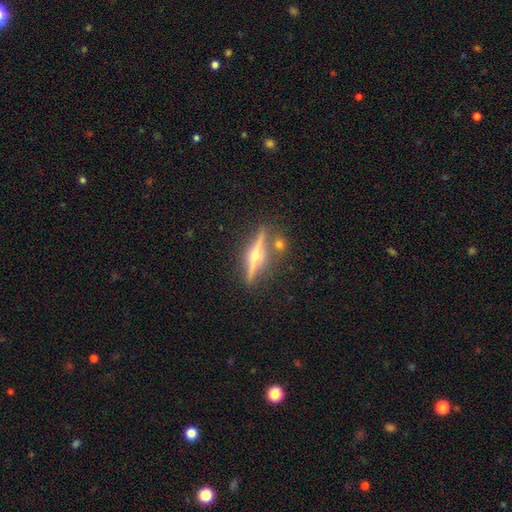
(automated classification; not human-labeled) Smooth or featured? Predicted: featured or disk (p=0.82). Edge-on disk? Predicted: yes (p=0.97). Edge-on bulge? Predicted: rounded (p=0.96). Merging? Predicted: none (p=0.83).